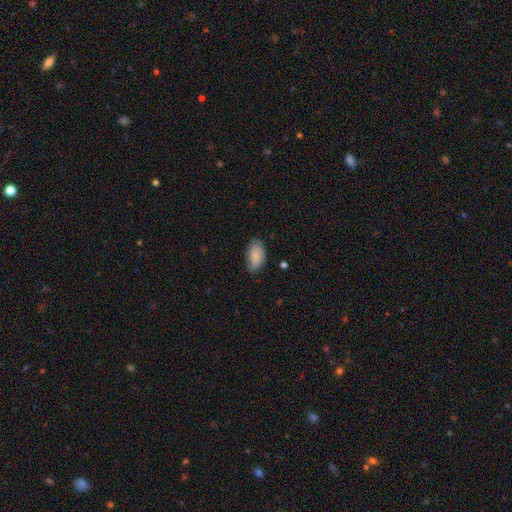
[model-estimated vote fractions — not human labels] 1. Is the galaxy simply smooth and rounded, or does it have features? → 78% smooth, 15% featured or disk, 6% star or artifact.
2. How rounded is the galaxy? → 94% in between, 4% round, 2% cigar-shaped.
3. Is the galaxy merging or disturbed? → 68% none, 26% minor disturbance, 5% major disturbance, 1% merger.